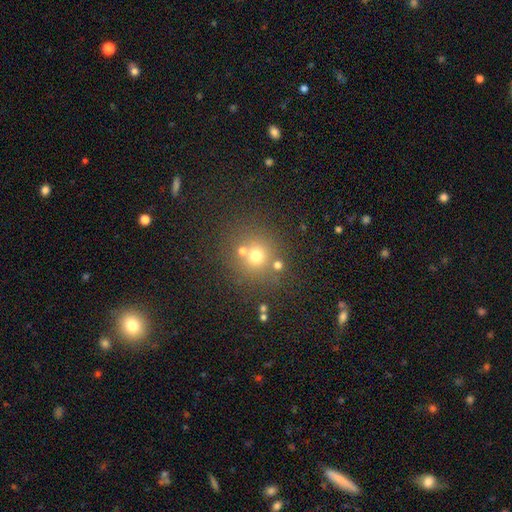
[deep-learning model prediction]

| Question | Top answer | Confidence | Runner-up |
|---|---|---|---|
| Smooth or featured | smooth | 66% | star or artifact (21%) |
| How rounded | round | 89% | in between (10%) |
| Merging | none | 69% | merger (17%) |